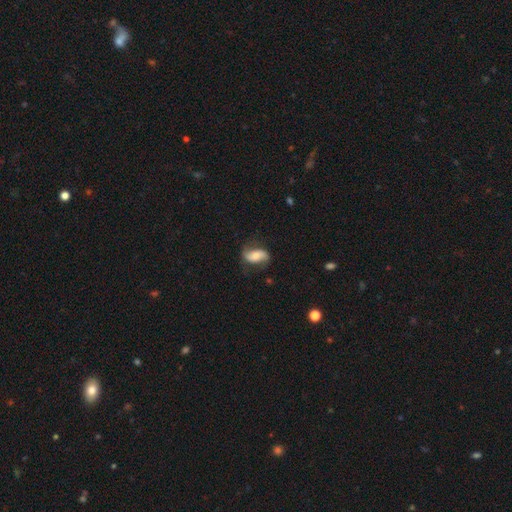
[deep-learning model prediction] Smooth or featured? featured or disk (52%)
Edge-on disk? no (93%)
Merging? none (66%)